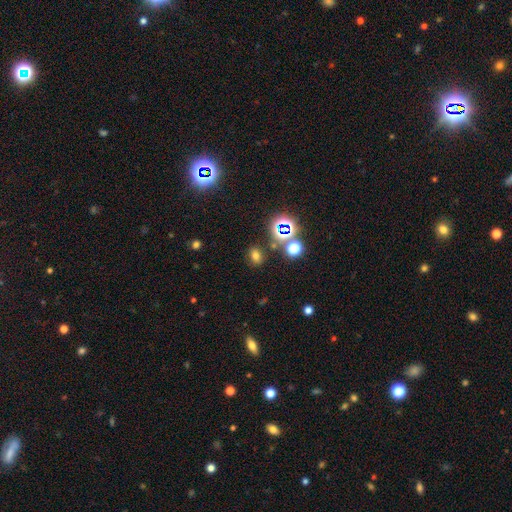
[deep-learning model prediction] Smooth or featured? smooth (62%)
How rounded? in between (56%)
Merging? none (81%)